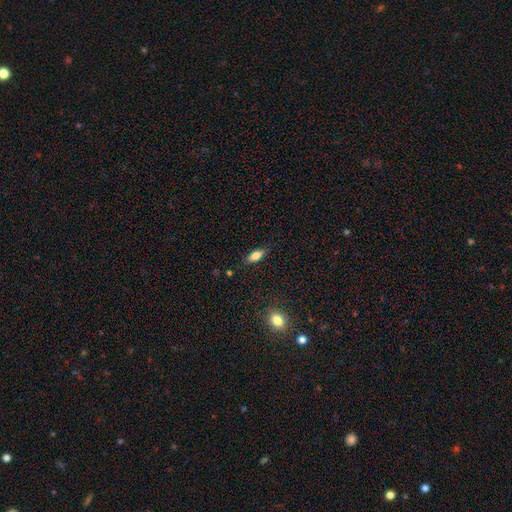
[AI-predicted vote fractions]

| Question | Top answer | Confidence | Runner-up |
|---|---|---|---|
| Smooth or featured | smooth | 74% | featured or disk (17%) |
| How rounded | in between | 77% | cigar-shaped (20%) |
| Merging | none | 83% | minor disturbance (13%) |